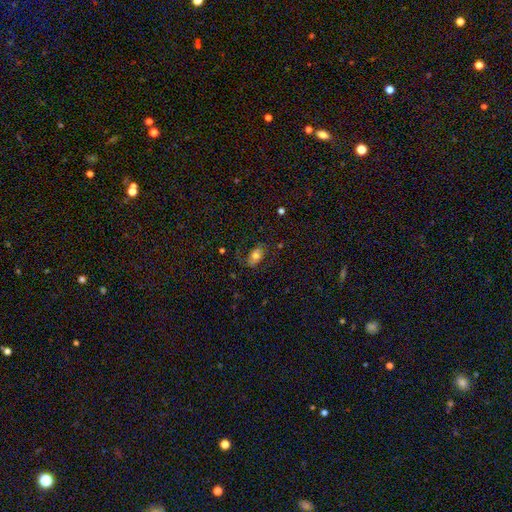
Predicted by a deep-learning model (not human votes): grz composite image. It shows a smooth galaxy with no disk features (62%) that is in between round and cigar-shaped (87%). Merging: none (64%).